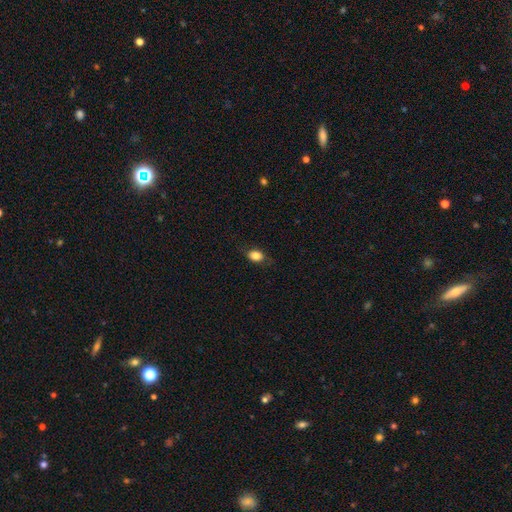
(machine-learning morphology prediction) Smooth or featured? Predicted: smooth (p=0.84). How rounded? Predicted: in between (p=0.73). Merging? Predicted: none (p=0.77).